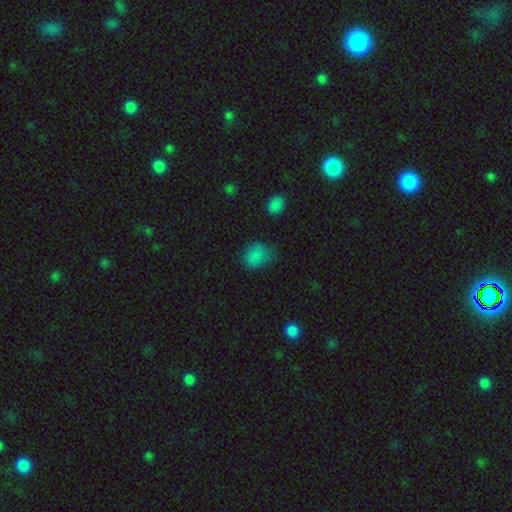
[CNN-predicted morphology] This is likely a smooth galaxy (80%). How rounded: possibly in between (55%). Merging: possibly none (59%).